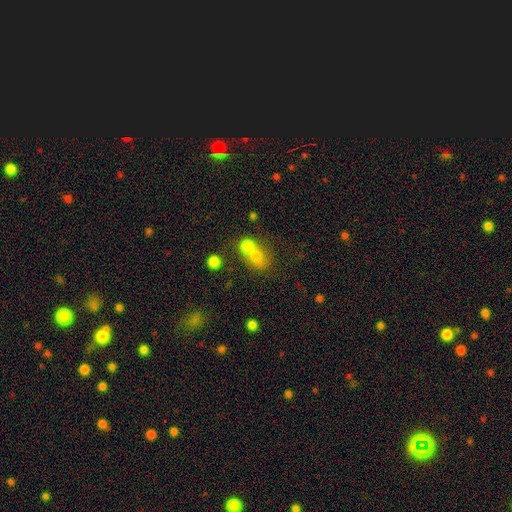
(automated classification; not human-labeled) Smooth or featured: smooth — 72% (featured or disk — 14%)
How rounded: round — 70% (in between — 29%)
Merging: merger — 59% (none — 31%)